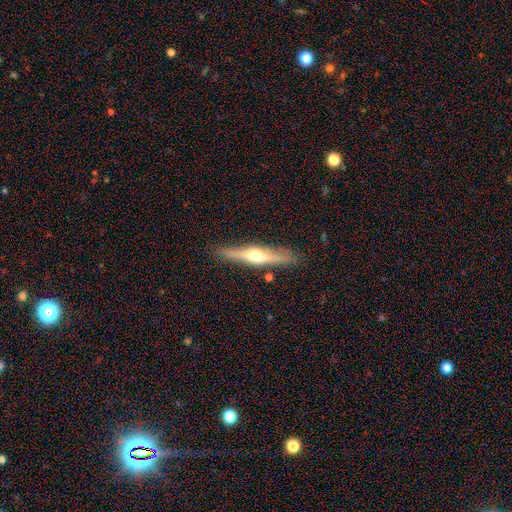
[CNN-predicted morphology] type=featured or disk (65%); edge-on=yes (95%); edge-on bulge=rounded (91%); merging=none (87%).